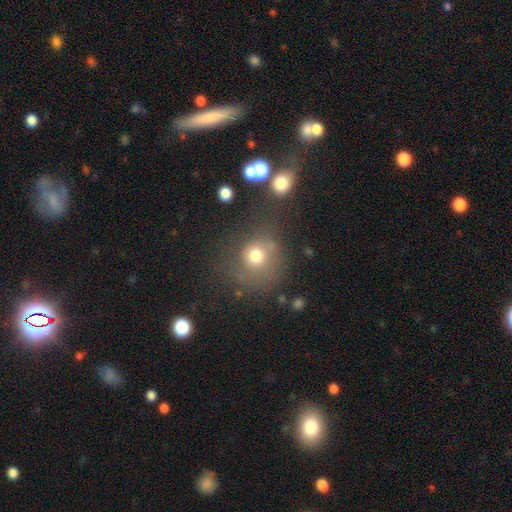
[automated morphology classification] Smooth or featured? Predicted: smooth (p=0.73). How rounded? Predicted: round (p=0.81). Merging? Predicted: none (p=0.60).